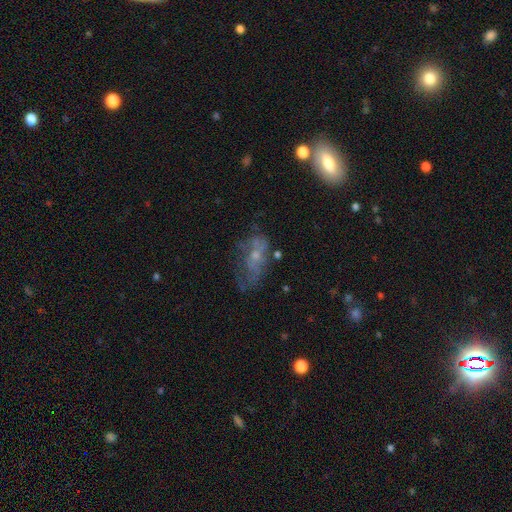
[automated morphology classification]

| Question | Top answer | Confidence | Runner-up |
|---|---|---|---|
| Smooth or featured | featured or disk | 50% | smooth (36%) |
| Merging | none | 42% | major disturbance (28%) |